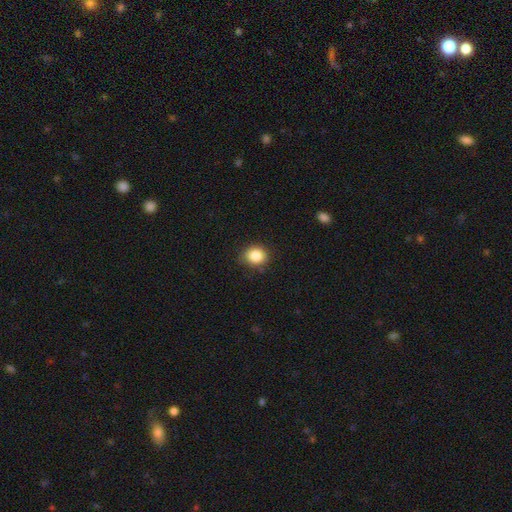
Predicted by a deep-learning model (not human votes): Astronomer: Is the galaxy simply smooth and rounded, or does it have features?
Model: smooth — 86%.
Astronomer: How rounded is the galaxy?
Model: round — 71%.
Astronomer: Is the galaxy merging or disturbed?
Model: none — 82%.